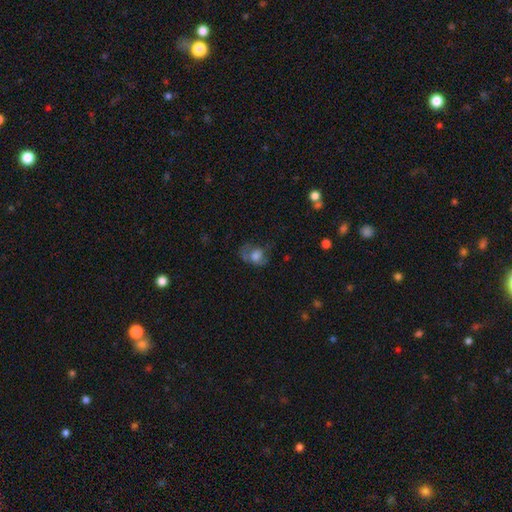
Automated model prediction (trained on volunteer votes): A smooth galaxy with no disk features (57%) that is in between round and cigar-shaped (55%). Merging: none (38%).